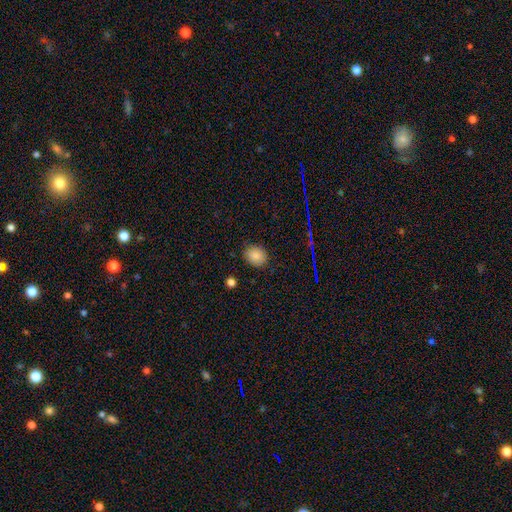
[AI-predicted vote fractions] Overall: smooth (84%). How rounded: round (60%; in between 39%). Merging: none (85%).